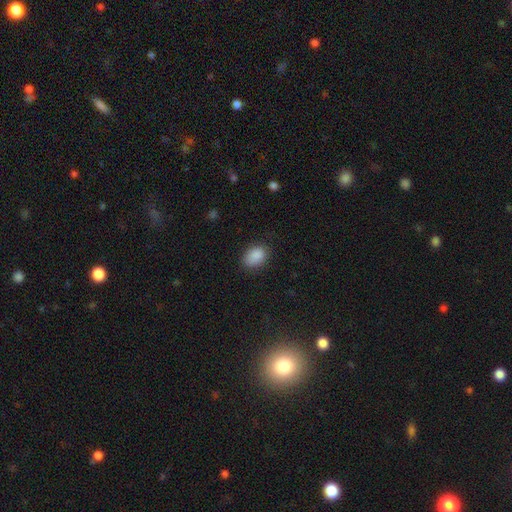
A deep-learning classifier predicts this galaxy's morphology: A smooth galaxy with no disk features (88%) that is in between round and cigar-shaped (81%).

Vote fractions:
- Smooth or featured? smooth: 88% / star or artifact: 8% / featured or disk: 4%
- How rounded? in between: 81% / round: 18% / cigar-shaped: 1%
- Merging? none: 79% / minor disturbance: 16% / major disturbance: 4% / merger: 1%